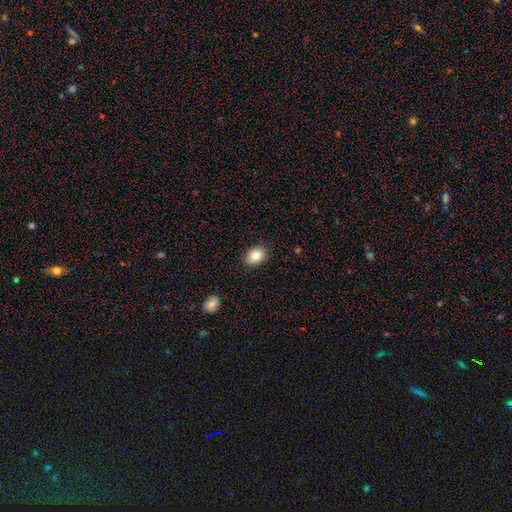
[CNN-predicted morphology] smooth-or-featured: smooth: 84% | star or artifact: 8% | featured or disk: 7%
  how-rounded: in between: 74% | round: 25% | cigar-shaped: 1%
  merging: none: 86% | minor disturbance: 11% | major disturbance: 2% | merger: 1%